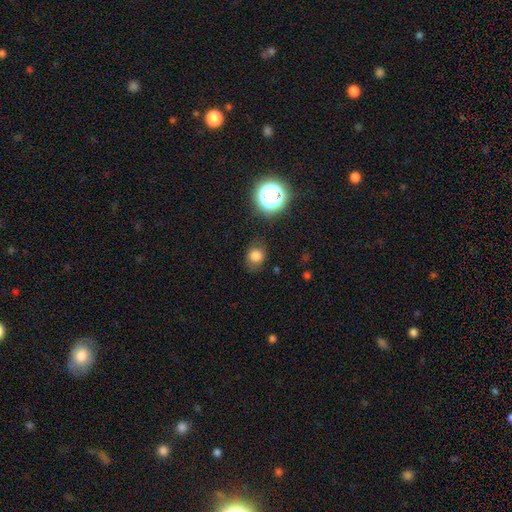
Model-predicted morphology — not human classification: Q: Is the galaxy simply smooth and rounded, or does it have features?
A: smooth — 77%.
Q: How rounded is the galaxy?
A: round — 68%.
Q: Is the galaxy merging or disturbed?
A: none — 75%.